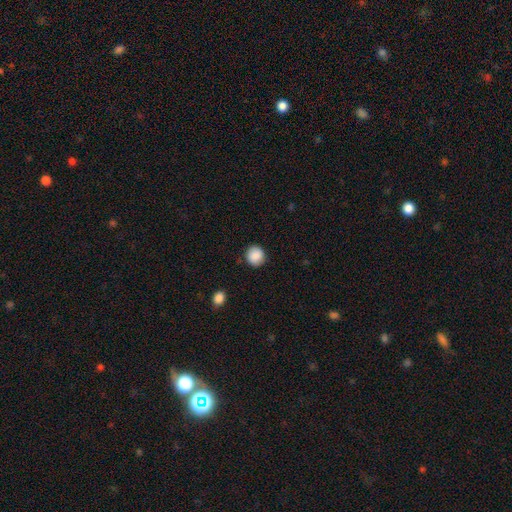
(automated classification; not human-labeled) Overall: smooth (89%). How rounded: round (88%). Merging: none (89%).